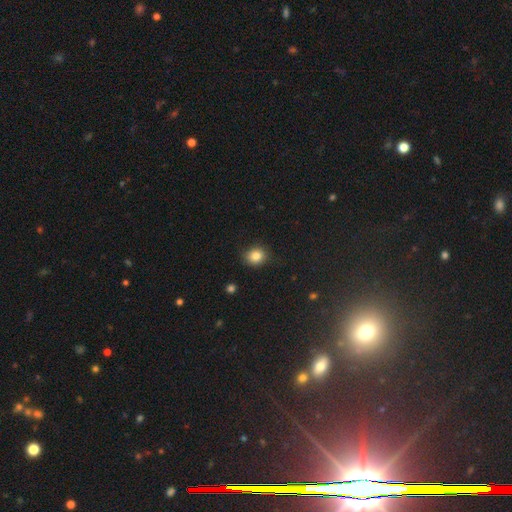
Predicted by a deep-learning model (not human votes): A smooth galaxy with no disk features (84%) that is round (72%).

Vote fractions:
- Smooth or featured? smooth: 84% / star or artifact: 10% / featured or disk: 5%
- How rounded? round: 72% / in between: 27% / cigar-shaped: 1%
- Merging? none: 85% / minor disturbance: 11% / major disturbance: 2% / merger: 1%